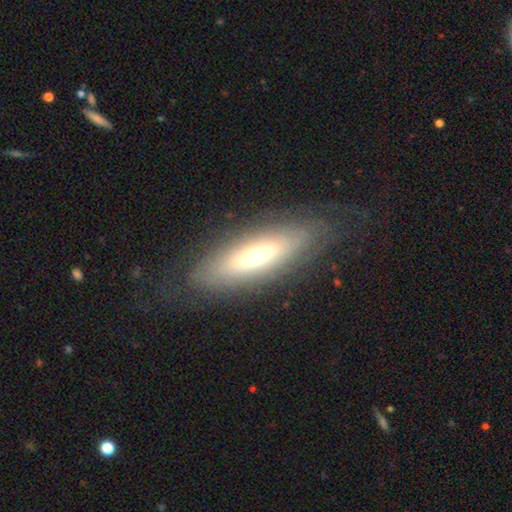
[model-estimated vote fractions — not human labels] This appears to be a featured or disk galaxy (50%). Merging: none (77%).